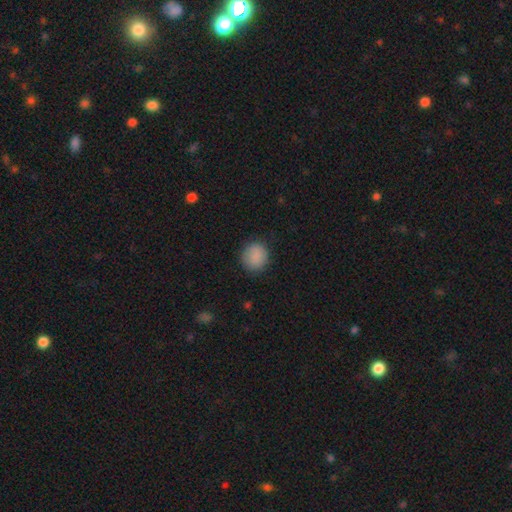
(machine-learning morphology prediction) smooth 88%, star or artifact 8%, featured or disk 4%. Down the decision tree: how rounded — round (84%); merging — none (85%).